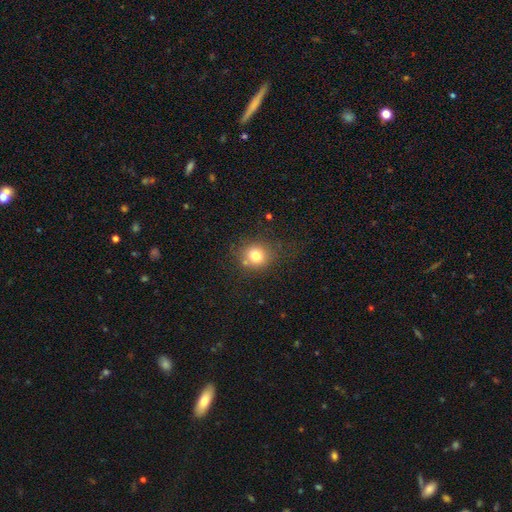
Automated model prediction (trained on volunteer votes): Smooth or featured? smooth (78%)
How rounded? round (84%)
Merging? none (74%)